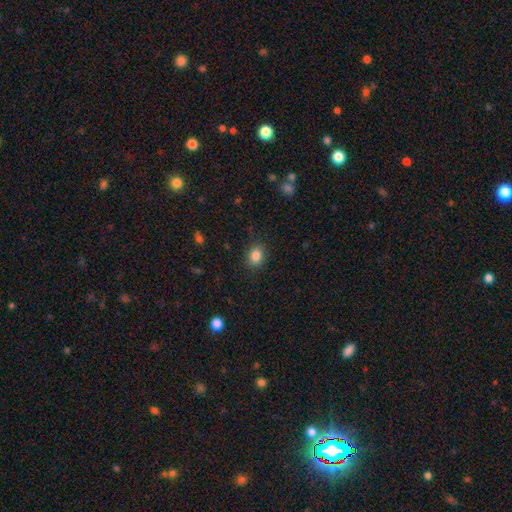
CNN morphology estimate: Smooth or featured? Predicted: smooth (p=0.85). How rounded? Predicted: in between (p=0.52). Merging? Predicted: none (p=0.86).